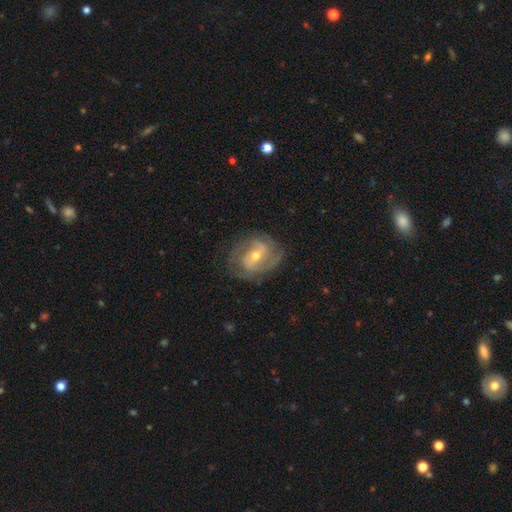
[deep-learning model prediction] Q: Smooth or featured?
A: featured or disk (78%); runner-up: smooth (16%)
Q: Edge-on disk?
A: no (96%); runner-up: yes (4%)
Q: Bar?
A: weak (43%); runner-up: no (36%)
Q: Spiral arms?
A: yes (87%); runner-up: no (13%)
Q: Spiral winding?
A: tight (45%); runner-up: medium (40%)
Q: Spiral arm count?
A: 2 (46%); runner-up: can't tell (26%)
Q: Bulge size?
A: moderate (57%); runner-up: small (39%)
Q: Merging?
A: none (71%); runner-up: minor disturbance (19%)